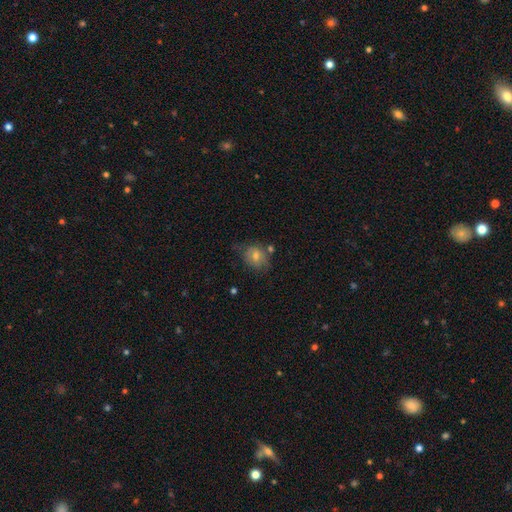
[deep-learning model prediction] Overall: smooth (59%; featured or disk 27%). How rounded: round (61%; in between 38%). Merging: none (59%; minor disturbance 25%).